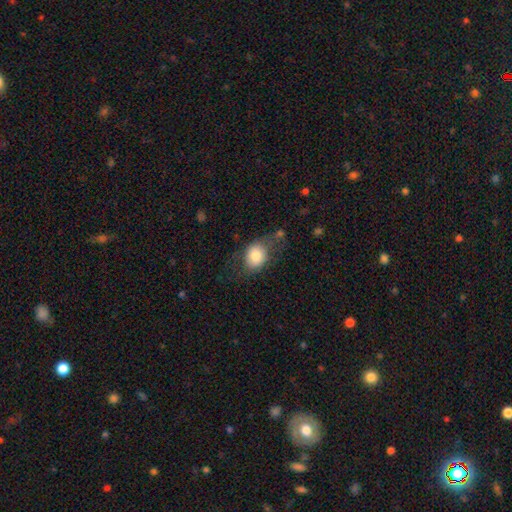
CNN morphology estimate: smooth_or_featured: smooth (p=0.77) [alt: featured or disk p=0.16]
how_rounded: in between (p=0.55) [alt: round p=0.44]
merging: none (p=0.51) [alt: minor disturbance p=0.26]